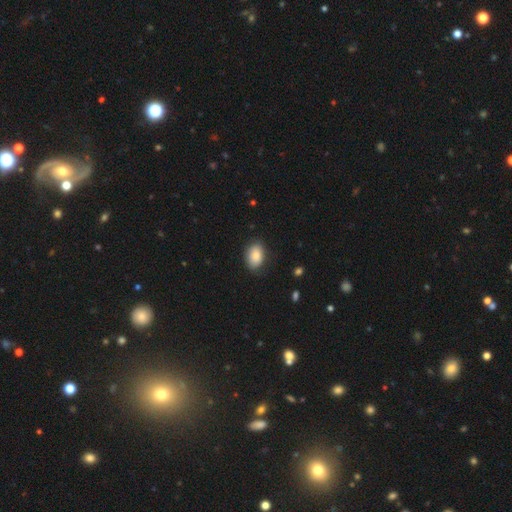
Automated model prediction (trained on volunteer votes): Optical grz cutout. It shows a smooth galaxy with no disk features (84%) that is in between round and cigar-shaped (84%). Merging: none (81%).